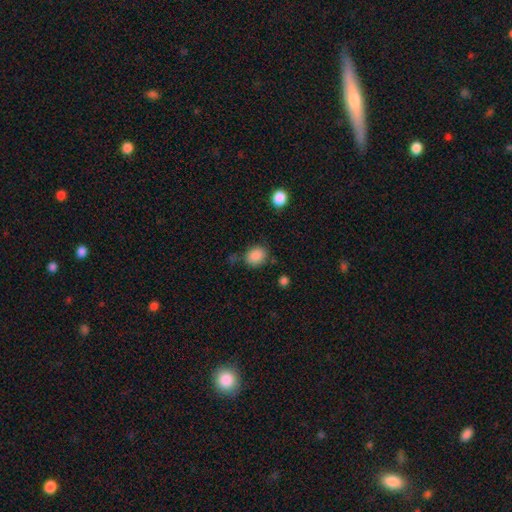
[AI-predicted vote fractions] Morphology: type=smooth (87%); roundness=round (56%); merging=none (74%).